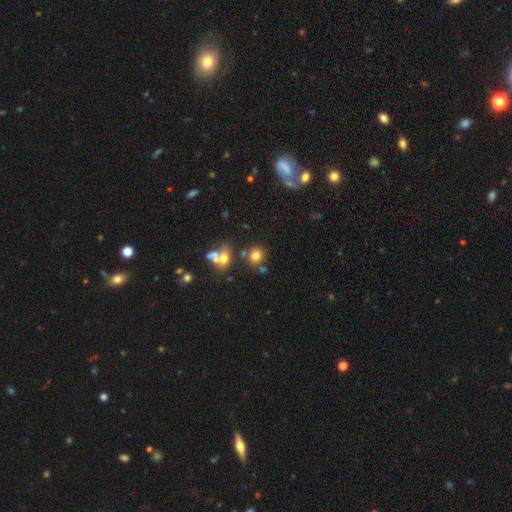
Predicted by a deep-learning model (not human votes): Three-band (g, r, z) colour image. It shows a smooth galaxy with no disk features (74%) that is round (77%). Merging: none (65%).